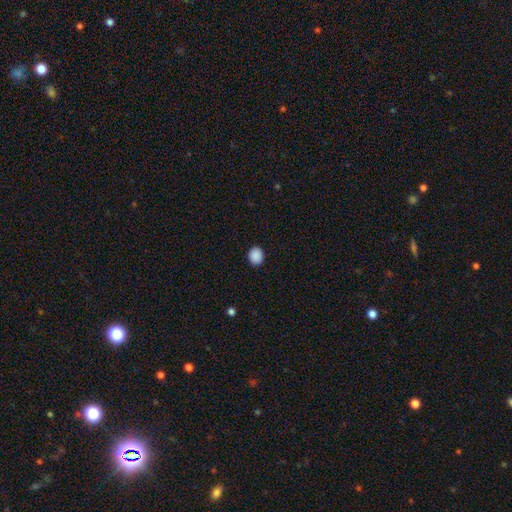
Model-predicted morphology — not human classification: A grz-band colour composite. It shows a smooth galaxy with no disk features (90%) that is round (59%). Merging: none (91%).